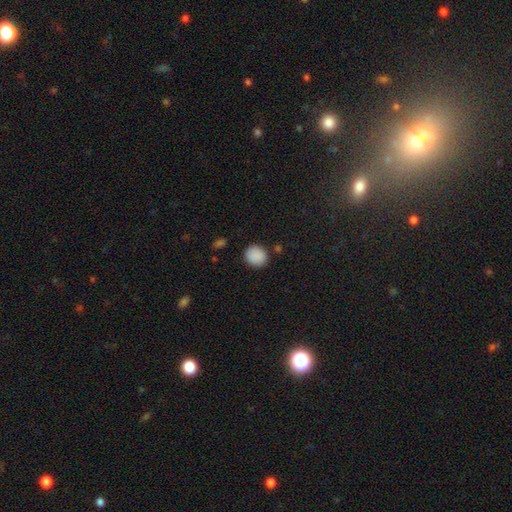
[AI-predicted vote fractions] smooth-or-featured: smooth: 89% | star or artifact: 8% | featured or disk: 3%
  how-rounded: round: 78% | in between: 21% | cigar-shaped: 1%
  merging: none: 85% | minor disturbance: 10% | major disturbance: 3% | merger: 2%